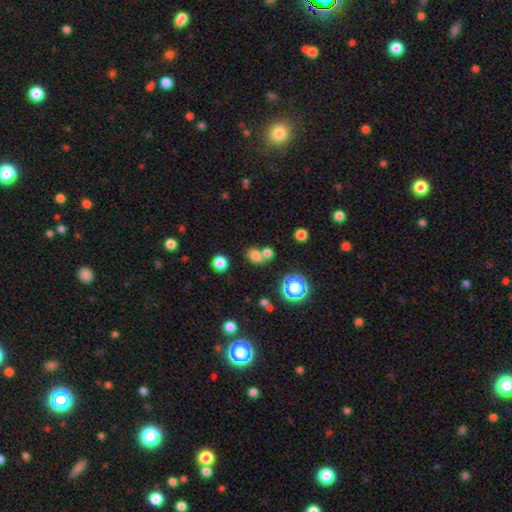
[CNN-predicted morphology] Q: Smooth or featured?
A: smooth (73%); runner-up: star or artifact (19%)
Q: How rounded?
A: round (60%); runner-up: in between (39%)
Q: Merging?
A: none (50%); runner-up: merger (38%)